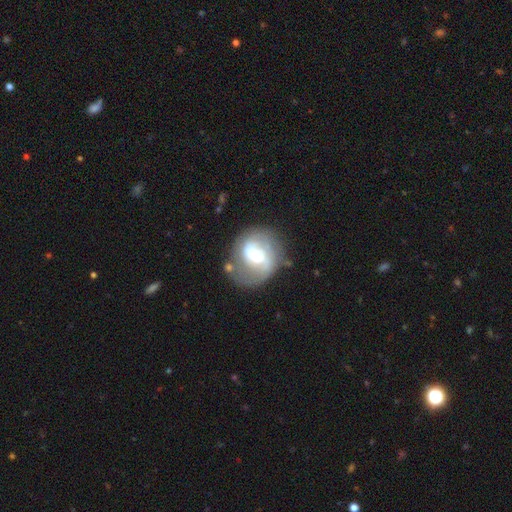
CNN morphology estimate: Smooth or featured: featured or disk — 66% (smooth — 27%)
Edge-on disk: no — 97% (yes — 3%)
Bar: weak — 48% (no — 26%)
Spiral arms: yes — 78% (no — 22%)
Spiral winding: medium — 40% (tight — 32%)
Spiral arm count: 2 — 66% (can't tell — 15%)
Bulge size: moderate — 55% (large — 27%)
Merging: none — 59% (minor disturbance — 21%)